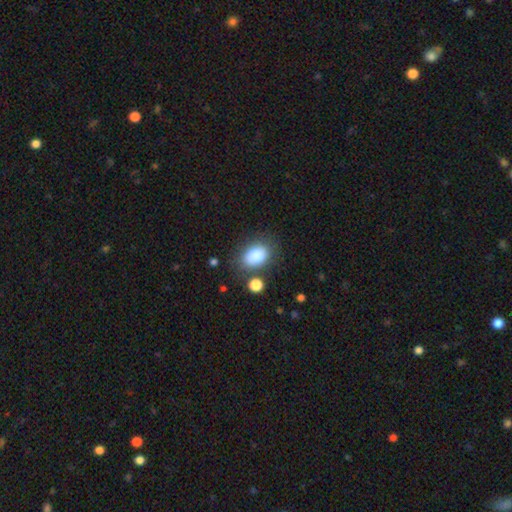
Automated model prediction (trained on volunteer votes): Morphology: type=smooth (87%); roundness=in between (83%); merging=none (75%).